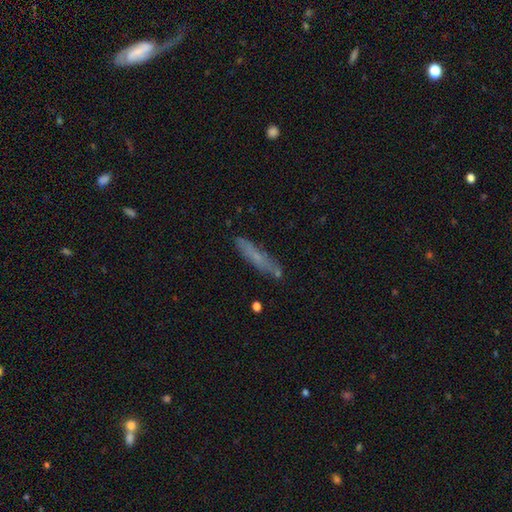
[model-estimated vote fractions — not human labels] Overall: smooth (58%; featured or disk 34%). How rounded: cigar-shaped (88%). Merging: none (75%).